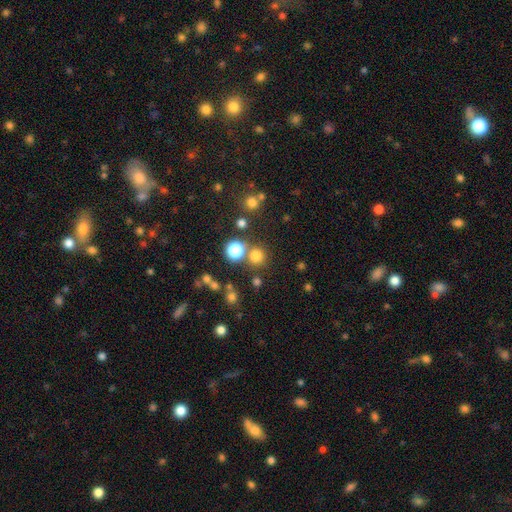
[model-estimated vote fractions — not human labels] smooth 74%, star or artifact 20%, featured or disk 6%. Down the decision tree: how rounded — round (93%); merging — none (77%).